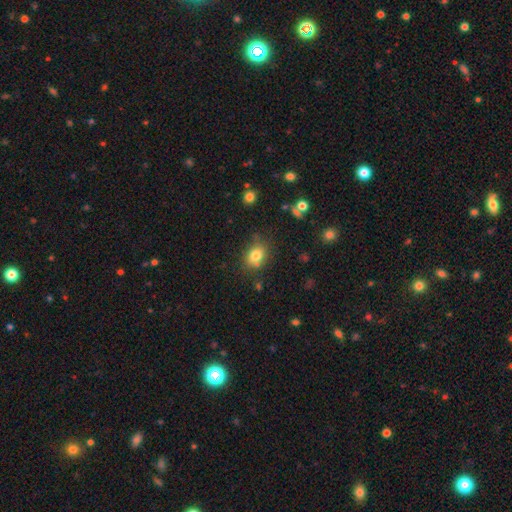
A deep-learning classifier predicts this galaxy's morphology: The model was most divided on "how rounded": in between: 58%, round: 40%, cigar-shaped: 1%. More confident: smooth or featured — smooth (81%); merging — none (75%).